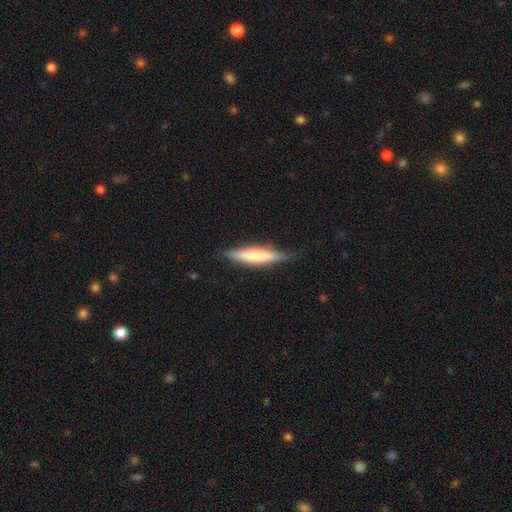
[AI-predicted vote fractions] smooth-or-featured: smooth: 62% | featured or disk: 32% | star or artifact: 6%
  how-rounded: cigar-shaped: 86% | in between: 13% | round: 1%
  merging: none: 75% | minor disturbance: 19% | major disturbance: 4% | merger: 1%